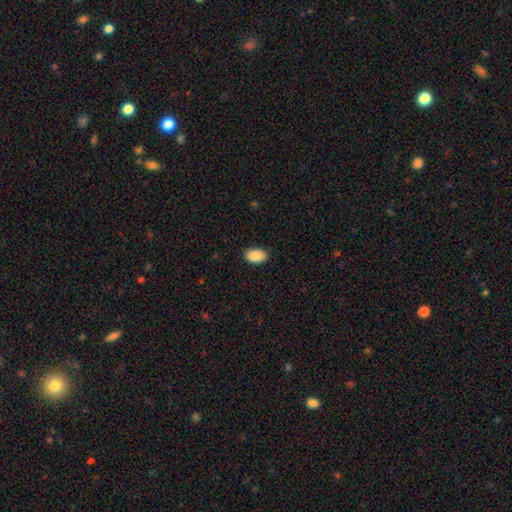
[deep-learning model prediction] smooth-or-featured: smooth: 90% | star or artifact: 7% | featured or disk: 4%
  how-rounded: in between: 92% | round: 7% | cigar-shaped: 1%
  merging: none: 87% | minor disturbance: 10% | major disturbance: 2% | merger: 1%